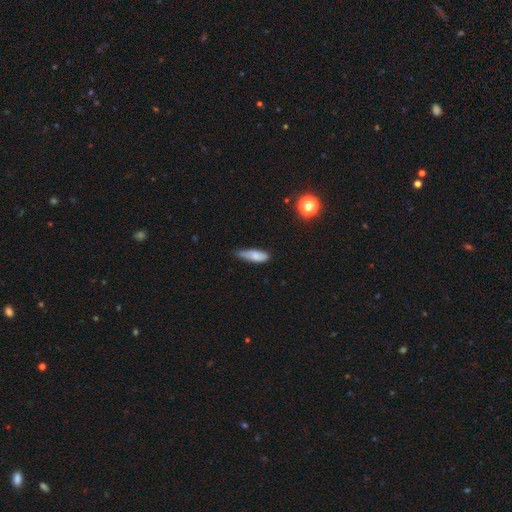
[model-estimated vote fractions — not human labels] Smooth or featured? Predicted: smooth (p=0.76). How rounded? Predicted: in between (p=0.59). Merging? Predicted: minor disturbance (p=0.46).